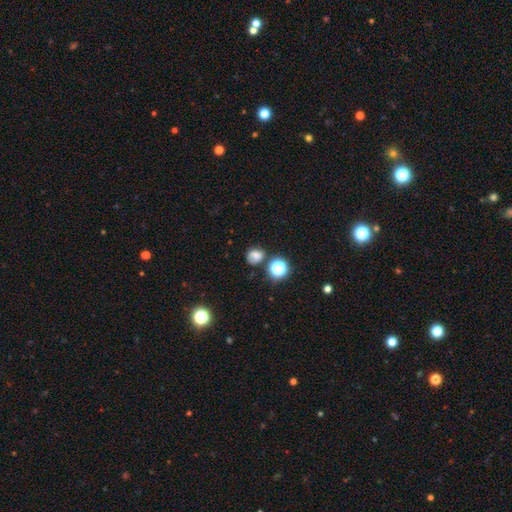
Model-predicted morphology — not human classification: This appears to be a smooth galaxy with no disk features (71%) that is round (65%). Merging: none (63%).